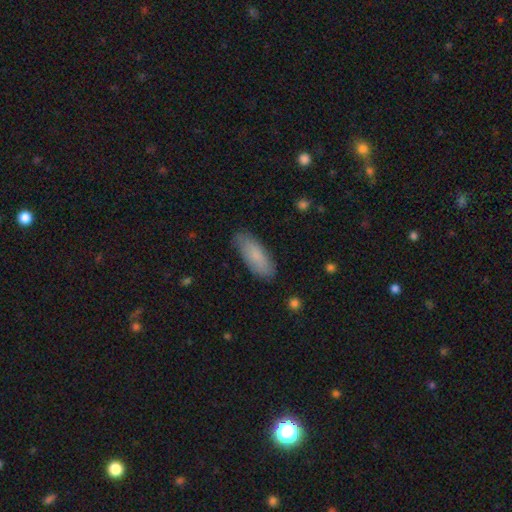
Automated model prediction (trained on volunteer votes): This appears to be a smooth galaxy with no disk features (82%) that is in between round and cigar-shaped (70%). Merging: none (82%).